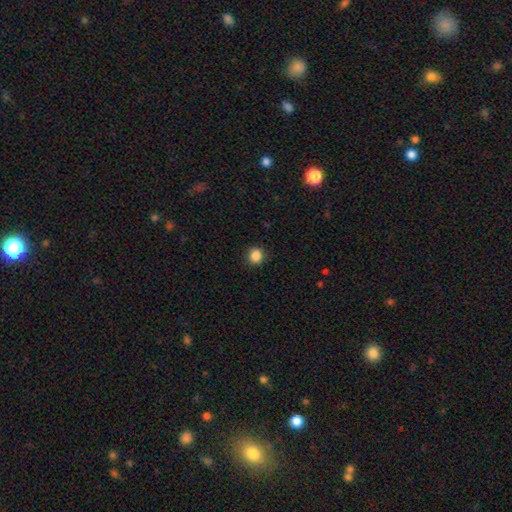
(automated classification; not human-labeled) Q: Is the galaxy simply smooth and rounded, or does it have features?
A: smooth — 87%.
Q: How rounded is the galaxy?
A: round — 89%.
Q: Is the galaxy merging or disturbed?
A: none — 91%.